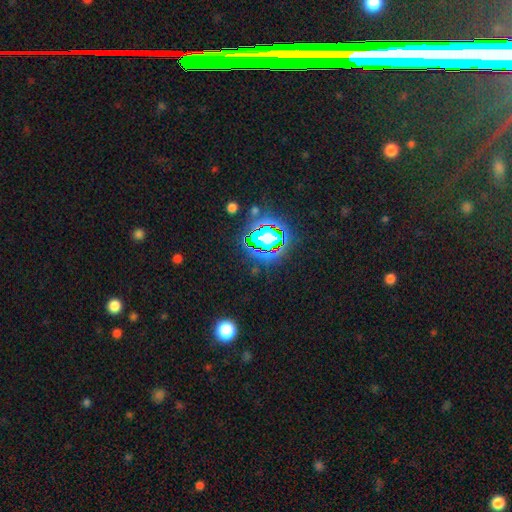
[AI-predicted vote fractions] smooth-or-featured: star or artifact: 80% | smooth: 12% | featured or disk: 8%